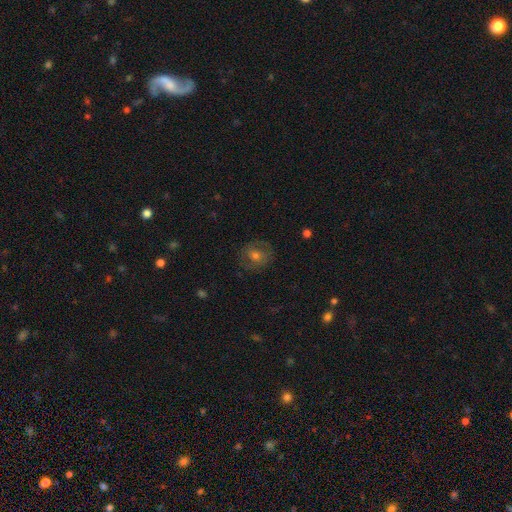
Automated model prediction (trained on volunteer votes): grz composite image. It shows a smooth galaxy with no disk features (49%). Merging: none (80%).